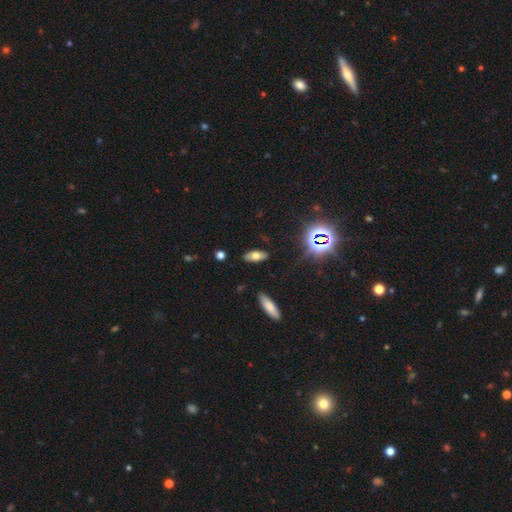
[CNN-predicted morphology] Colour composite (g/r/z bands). It shows a smooth galaxy with no disk features (65%) that is in between round and cigar-shaped (81%). Merging: none (86%).